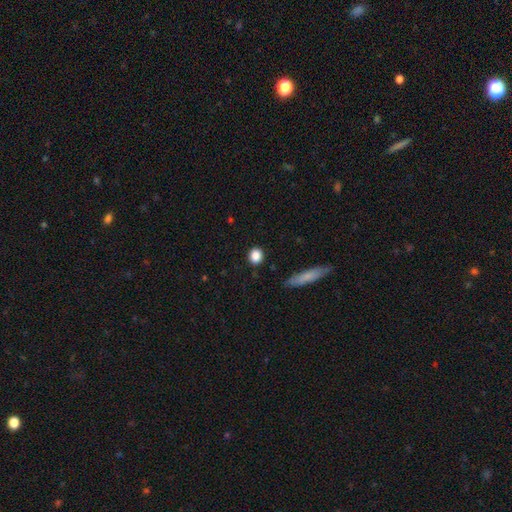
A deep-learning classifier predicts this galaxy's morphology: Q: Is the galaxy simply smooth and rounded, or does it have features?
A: smooth — 86%.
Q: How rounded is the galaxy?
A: round — 72%.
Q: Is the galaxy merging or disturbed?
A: none — 88%.